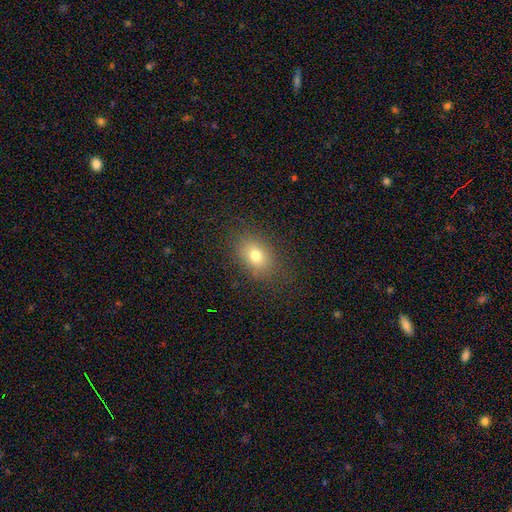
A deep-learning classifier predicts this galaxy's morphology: This is likely a smooth galaxy (76%). How rounded: likely in between (74%). Merging: clearly none (83%).